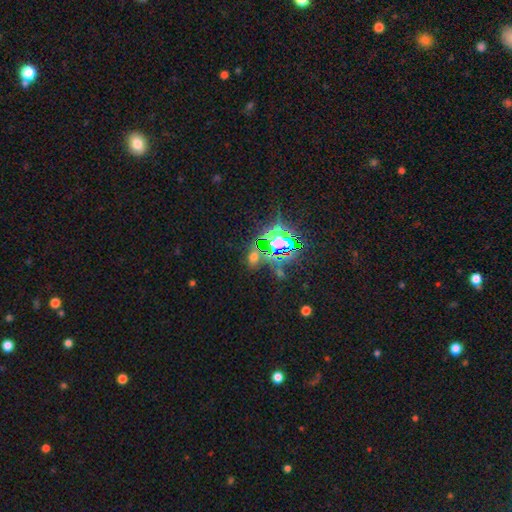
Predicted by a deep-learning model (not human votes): This appears to be a star or artifact, not a galaxy (76%).